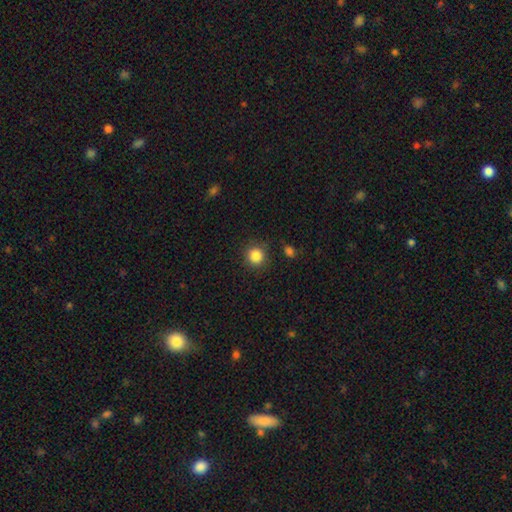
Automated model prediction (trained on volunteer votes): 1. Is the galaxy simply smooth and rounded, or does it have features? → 85% smooth, 11% star or artifact, 4% featured or disk.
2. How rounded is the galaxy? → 92% round, 7% in between, 1% cigar-shaped.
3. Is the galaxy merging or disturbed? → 85% none, 9% minor disturbance, 3% major disturbance, 3% merger.